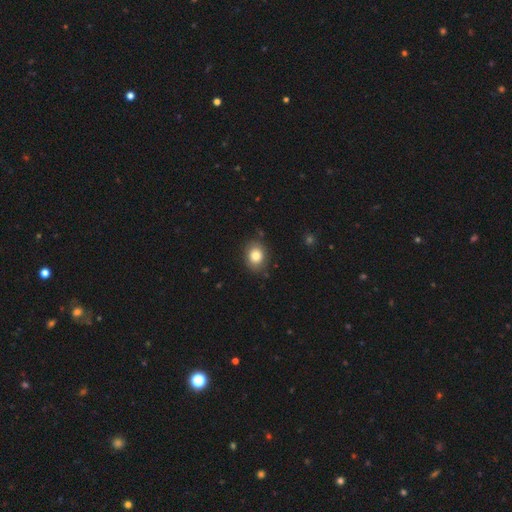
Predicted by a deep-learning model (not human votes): Smooth or featured?
  - smooth: 81% *
  - featured or disk: 10%
  - star or artifact: 9%
How rounded?
  - round: 50% *
  - in between: 49%
  - cigar-shaped: 1%
Merging?
  - none: 84% *
  - minor disturbance: 12%
  - major disturbance: 3%
  - merger: 1%